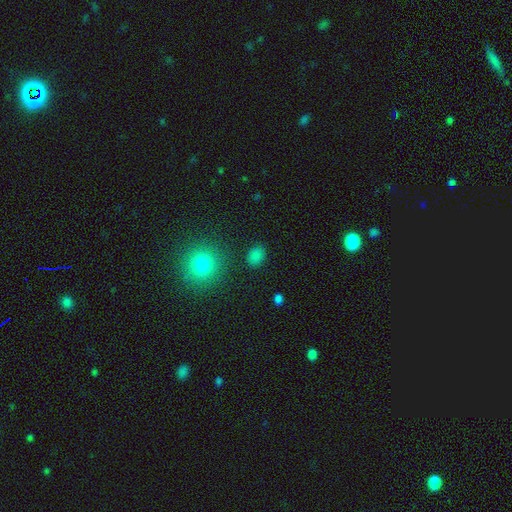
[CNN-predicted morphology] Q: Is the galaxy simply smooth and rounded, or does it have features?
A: smooth — 82%.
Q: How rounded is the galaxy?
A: in between — 63%.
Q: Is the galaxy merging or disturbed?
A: none — 85%.